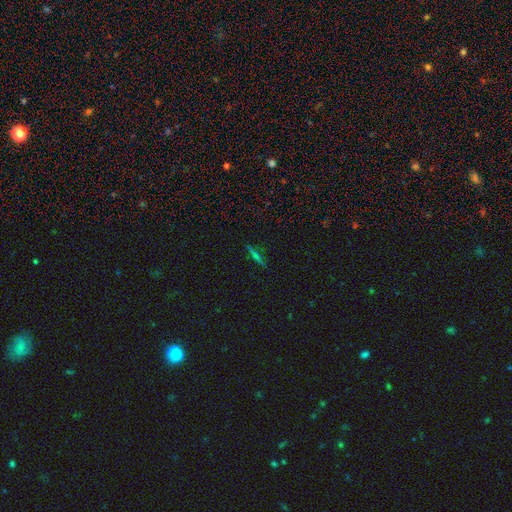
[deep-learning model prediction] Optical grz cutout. It shows a smooth galaxy with no disk features (47%). Merging: none (89%).